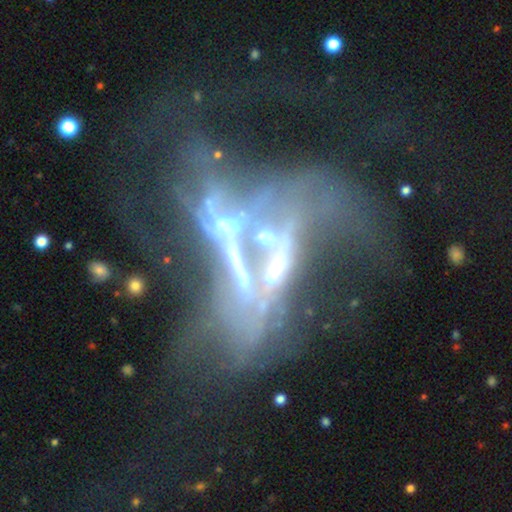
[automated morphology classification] The model was most divided on "bulge size" (2-way tie): moderate: 31%, none: 31%, small: 29%, large: 6%, dominant: 3%. Remaining: edge-on disk — no (86%); smooth or featured — featured or disk (71%); spiral arms — no (64%); bar — no (58%); merging — merger (48%).